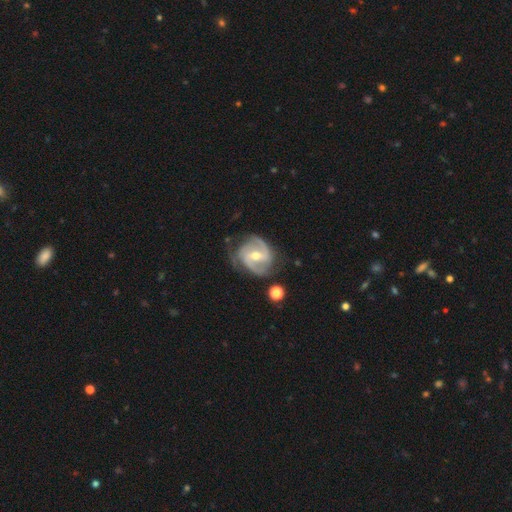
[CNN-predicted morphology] featured or disk 87%, smooth 8%, star or artifact 5%. Down the decision tree: edge-on disk — no (97%); bar — weak (47%); spiral arms — yes (96%); spiral arm count — 2 (77%); spiral winding — medium (50%); bulge size — moderate (62%); merging — none (65%).